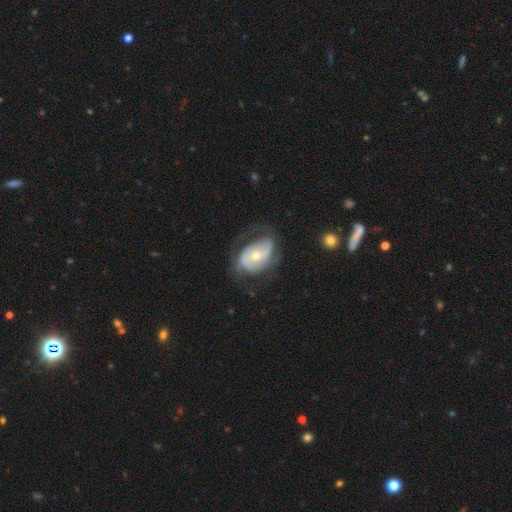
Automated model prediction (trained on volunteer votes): This appears to be a featured or disk galaxy (66%) with no bar (52%), spiral arms (75%) and a small central bulge (48%). Merging: none (51%).